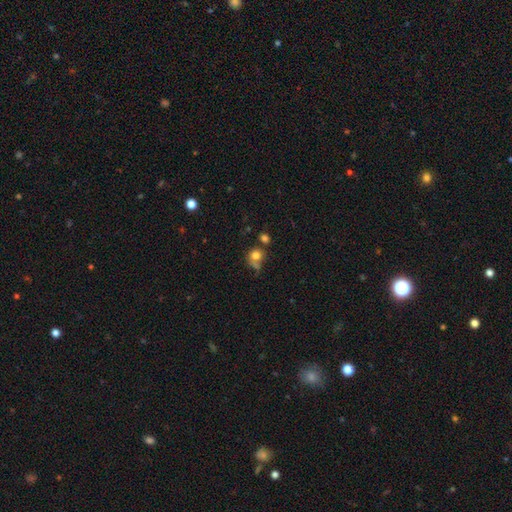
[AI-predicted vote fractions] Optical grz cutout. It shows a smooth galaxy with no disk features (77%) that is round (81%). Merging: none (50%).